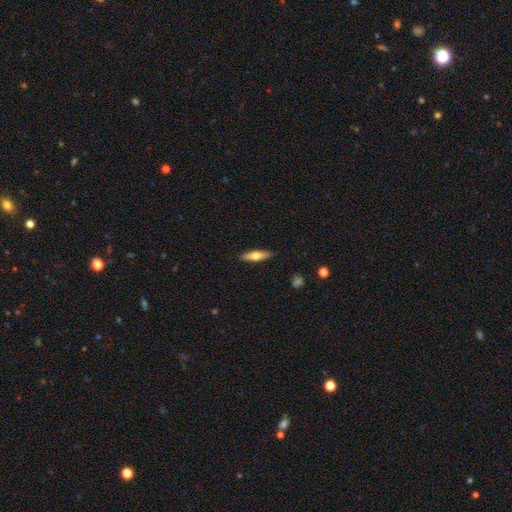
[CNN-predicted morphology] smooth-or-featured: smooth: 65% | featured or disk: 29% | star or artifact: 6%
  how-rounded: cigar-shaped: 63% | in between: 35% | round: 2%
  merging: none: 89% | minor disturbance: 8% | major disturbance: 2% | merger: 1%